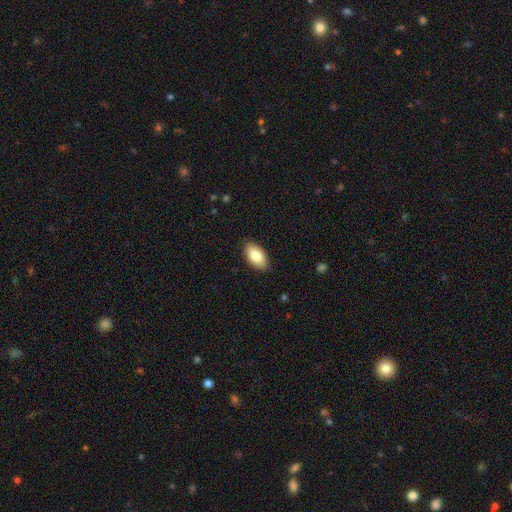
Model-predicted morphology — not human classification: The model was most divided on "merging": none: 86%, minor disturbance: 10%, major disturbance: 2%, merger: 1%. More confident: how rounded — in between (94%); smooth or featured — smooth (85%).